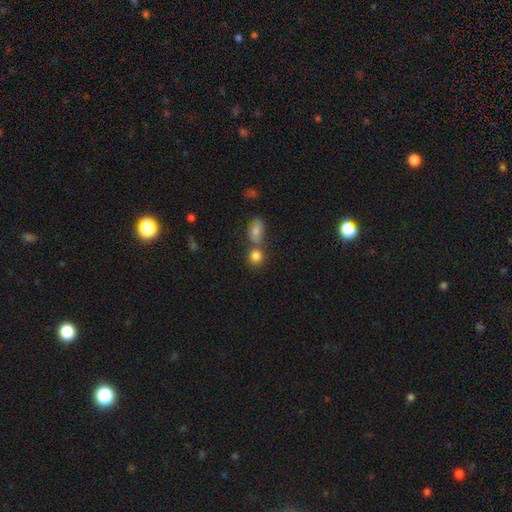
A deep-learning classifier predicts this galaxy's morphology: type=smooth (82%); roundness=round (75%); merging=none (50%).